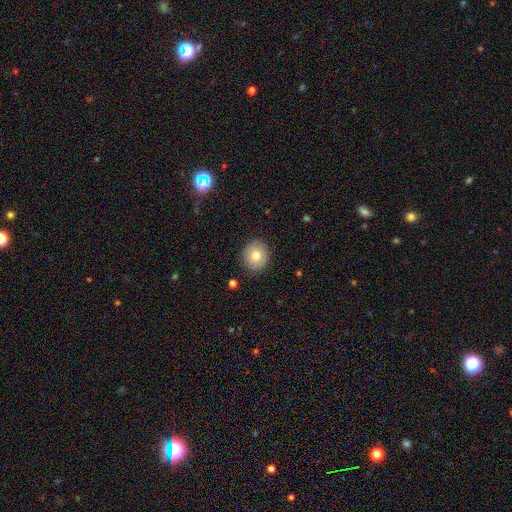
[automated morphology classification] Smooth or featured?
  - smooth: 74% *
  - featured or disk: 15%
  - star or artifact: 10%
How rounded?
  - round: 85% *
  - in between: 14%
  - cigar-shaped: 1%
Merging?
  - none: 89% *
  - minor disturbance: 8%
  - major disturbance: 2%
  - merger: 1%